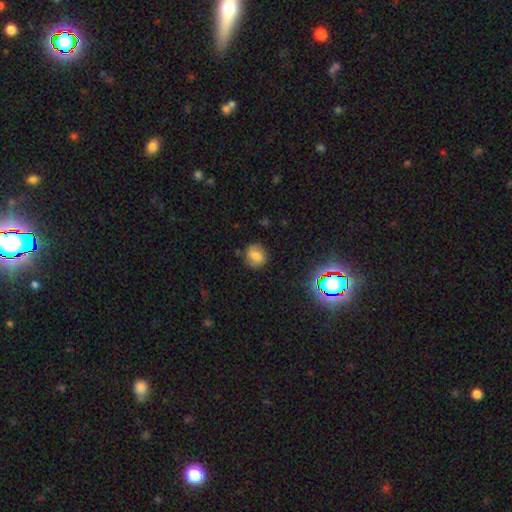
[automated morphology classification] This is likely a smooth galaxy (69%). How rounded: likely round (80%). Merging: likely none (80%).